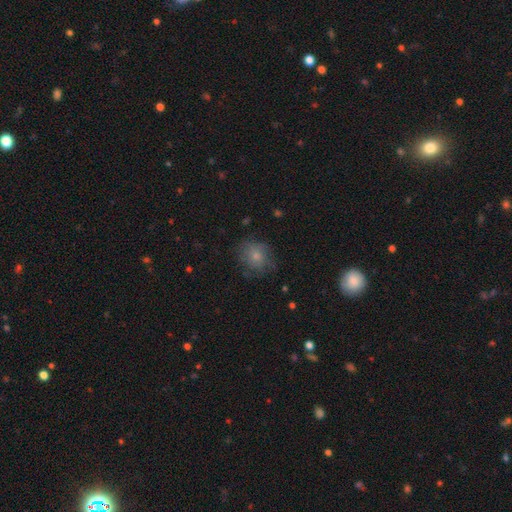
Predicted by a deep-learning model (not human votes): Smooth or featured?
  - smooth: 74% *
  - featured or disk: 16%
  - star or artifact: 10%
How rounded?
  - round: 73% *
  - in between: 26%
  - cigar-shaped: 1%
Merging?
  - none: 68% *
  - minor disturbance: 22%
  - major disturbance: 9%
  - merger: 1%